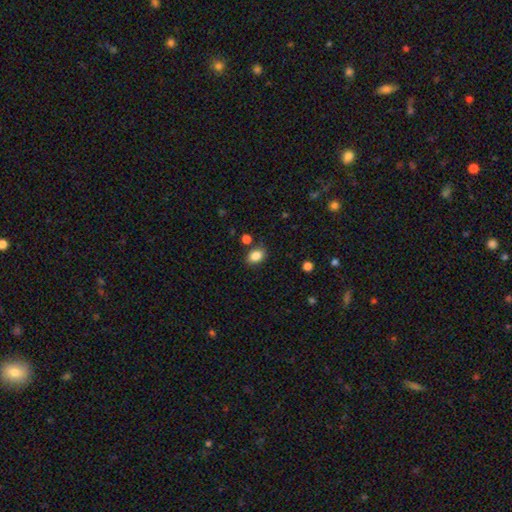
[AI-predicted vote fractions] Smooth or featured? Predicted: smooth (p=0.85). How rounded? Predicted: in between (p=0.75). Merging? Predicted: none (p=0.78).